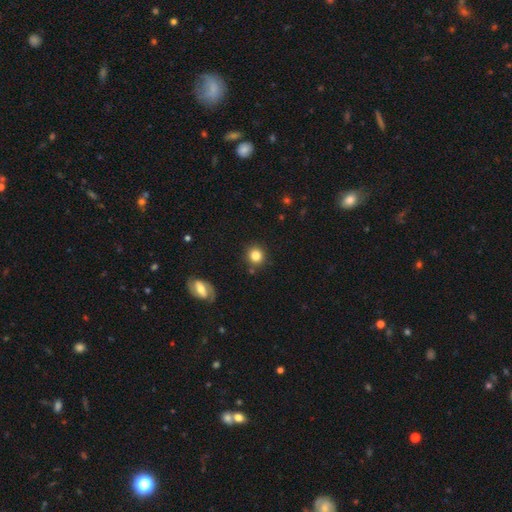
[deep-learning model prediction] Smooth or featured: smooth — 82% (star or artifact — 11%)
How rounded: round — 90% (in between — 9%)
Merging: none — 86% (minor disturbance — 8%)